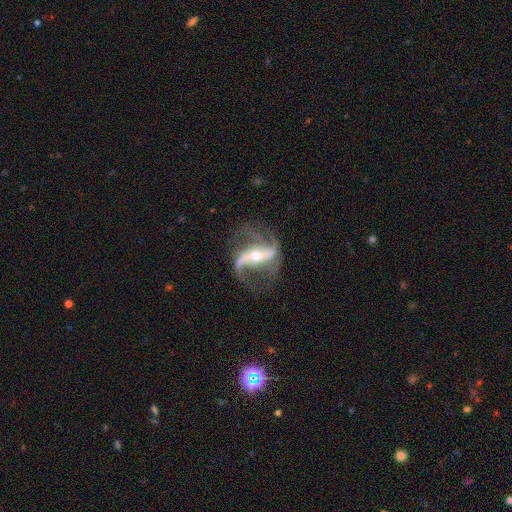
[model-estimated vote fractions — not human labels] Smooth or featured?
  - featured or disk: 91% *
  - star or artifact: 5%
  - smooth: 4%
Edge-on disk?
  - no: 94% *
  - yes: 6%
Bar?
  - strong: 60% *
  - weak: 23%
  - no: 18%
Spiral arms?
  - yes: 97% *
  - no: 3%
Spiral winding?
  - loose: 63% *
  - medium: 30%
  - tight: 7%
Spiral arm count?
  - 2: 88% *
  - 3: 4%
  - 1: 3%
  - can't tell: 2%
  - 4: 2%
  - more than 4: 1%
Bulge size?
  - small: 50% *
  - moderate: 46%
  - large: 2%
  - none: 1%
  - dominant: 1%
Merging?
  - none: 71% *
  - minor disturbance: 15%
  - major disturbance: 13%
  - merger: 2%